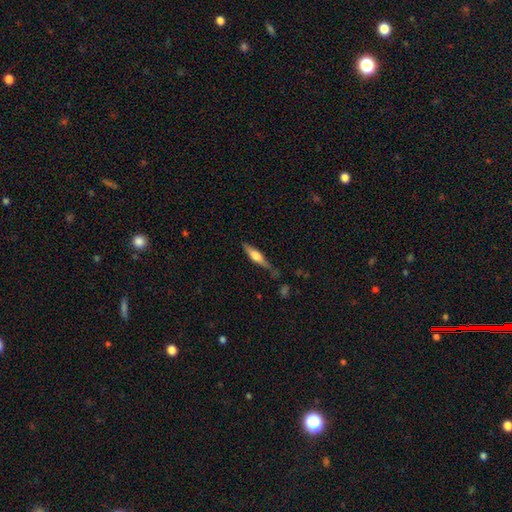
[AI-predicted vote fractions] A featured or disk galaxy (52%) viewed edge-on (94%). Merging: none (69%).